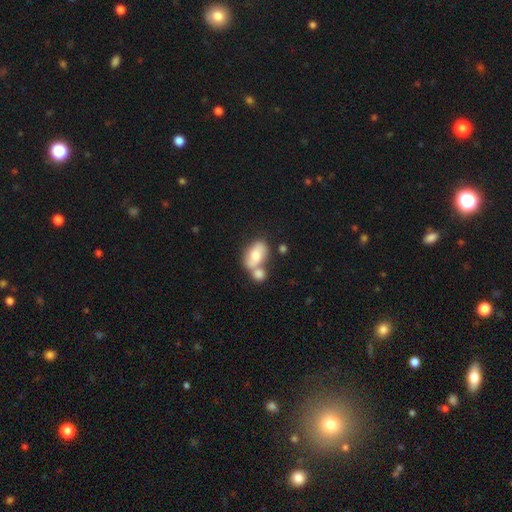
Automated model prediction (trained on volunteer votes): smooth-or-featured: smooth: 67% | featured or disk: 26% | star or artifact: 7%
  how-rounded: in between: 88% | round: 10% | cigar-shaped: 2%
  merging: merger: 53% | none: 29% | minor disturbance: 12% | major disturbance: 6%